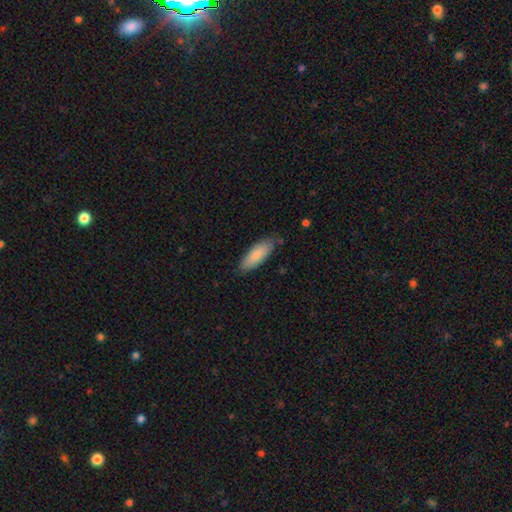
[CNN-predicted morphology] Overall: smooth (82%). How rounded: in between (59%; cigar-shaped 39%). Merging: none (83%).